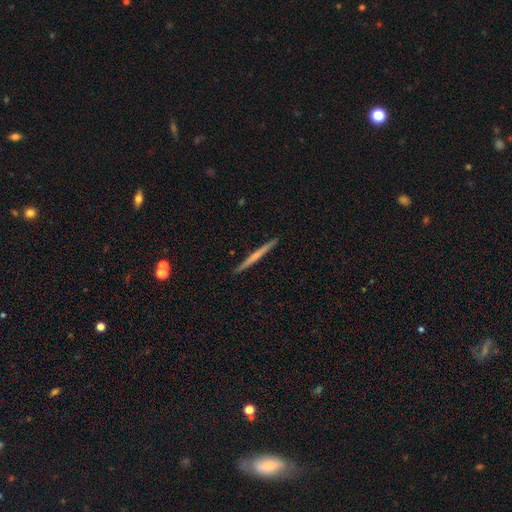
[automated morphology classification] A featured or disk galaxy (56%) viewed edge-on (98%) with no central bulge (66%). Merging: none (93%).